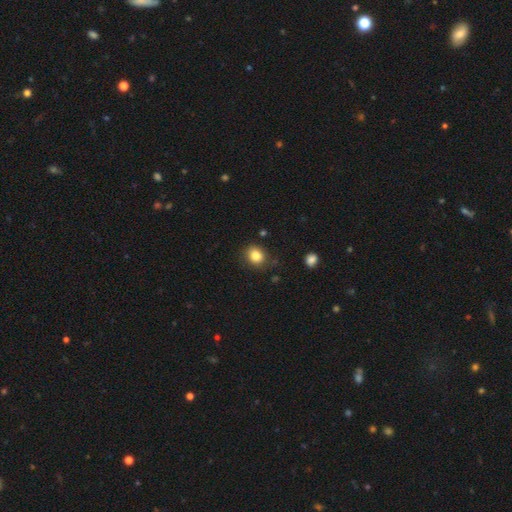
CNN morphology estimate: This is clearly a smooth galaxy (84%). How rounded: likely round (65%). Merging: clearly none (82%).